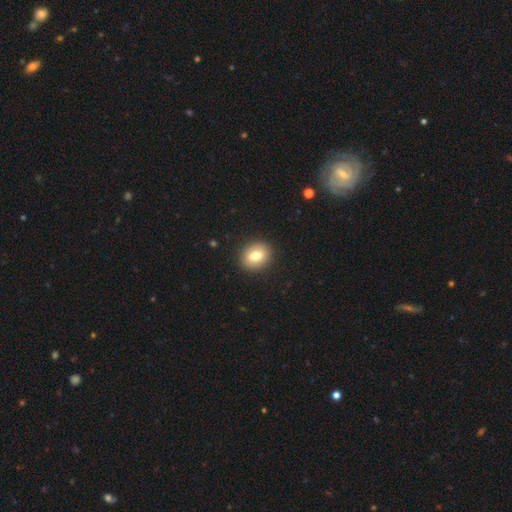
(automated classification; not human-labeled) Smooth or featured? Predicted: smooth (p=0.77). How rounded? Predicted: round (p=0.53). Merging? Predicted: none (p=0.90).